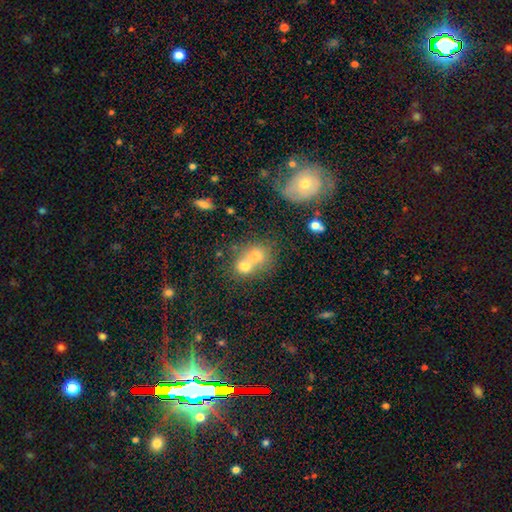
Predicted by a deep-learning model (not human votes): Smooth or featured: smooth — 67% (featured or disk — 20%)
How rounded: round — 66% (in between — 33%)
Merging: merger — 68% (none — 23%)